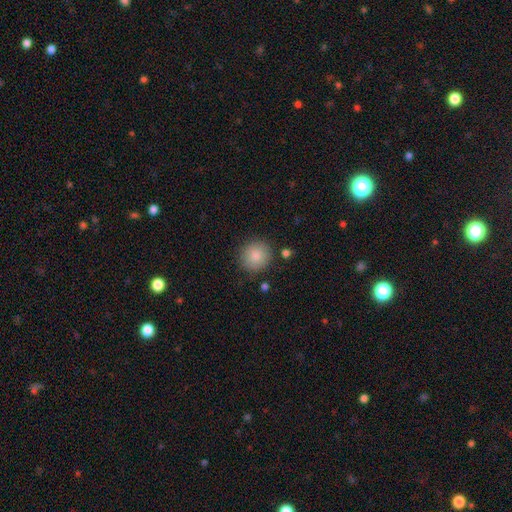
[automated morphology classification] Smooth or featured?
  - smooth: 86% *
  - star or artifact: 8%
  - featured or disk: 6%
How rounded?
  - round: 93% *
  - in between: 6%
  - cigar-shaped: 1%
Merging?
  - none: 86% *
  - minor disturbance: 9%
  - major disturbance: 3%
  - merger: 2%